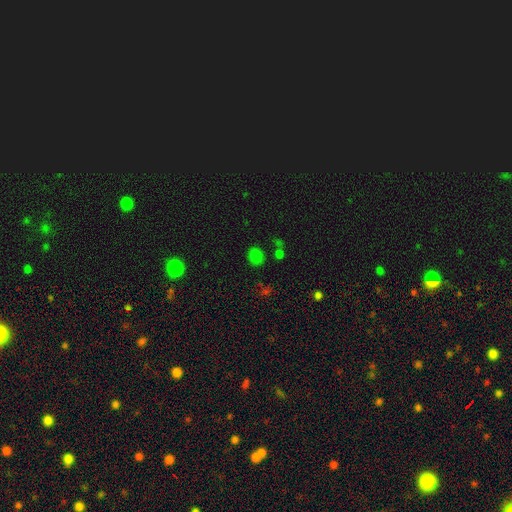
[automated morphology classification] smooth 70%, star or artifact 25%, featured or disk 5%. Down the decision tree: how rounded — round (73%); merging — none (75%).